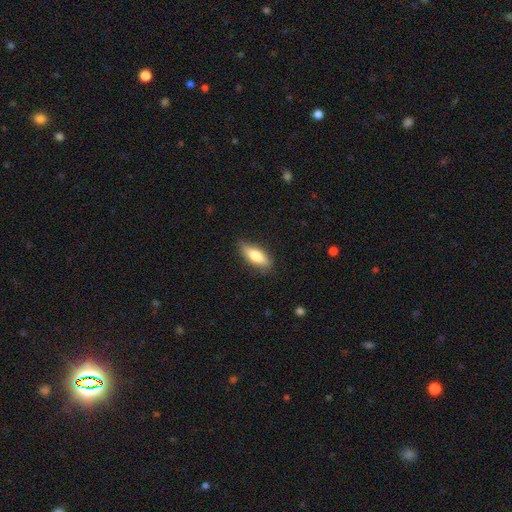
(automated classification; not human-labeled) Morphology: type=smooth (74%); roundness=in between (65%); merging=none (81%).